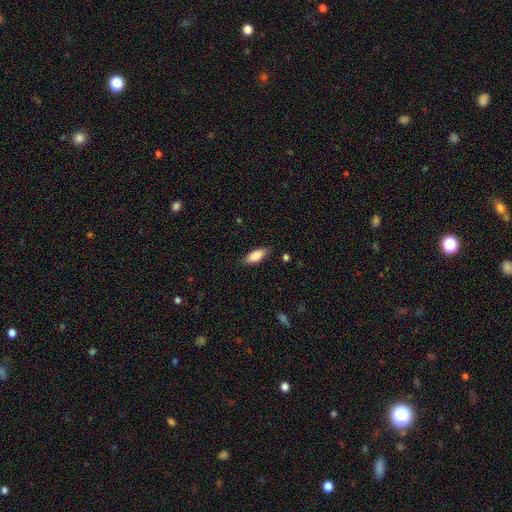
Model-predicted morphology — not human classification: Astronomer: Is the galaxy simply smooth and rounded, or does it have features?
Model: smooth — 84%.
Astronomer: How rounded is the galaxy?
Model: in between — 79%.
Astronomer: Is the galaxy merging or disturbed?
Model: none — 82%.